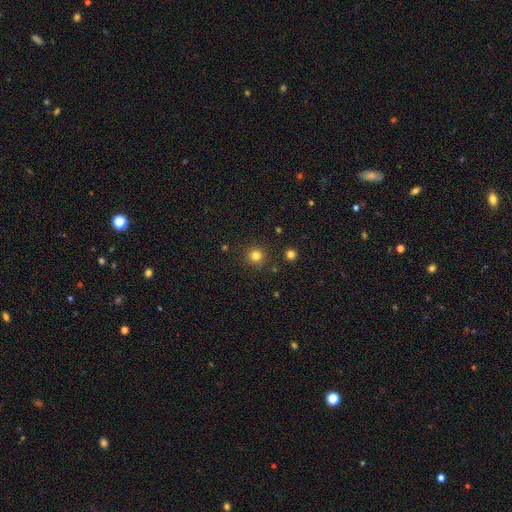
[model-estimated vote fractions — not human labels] Q: Smooth or featured?
A: smooth (80%); runner-up: star or artifact (15%)
Q: How rounded?
A: round (95%); runner-up: in between (4%)
Q: Merging?
A: none (90%); runner-up: minor disturbance (6%)